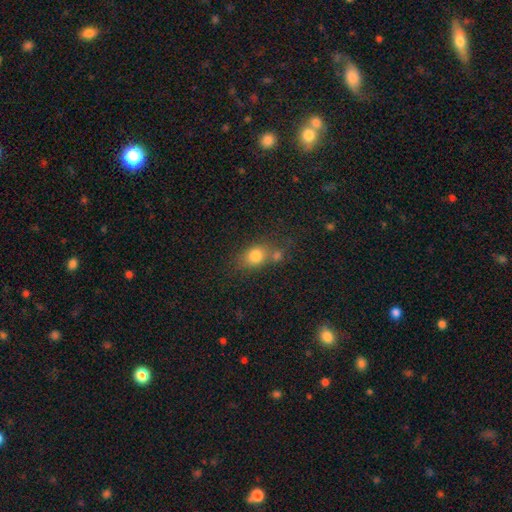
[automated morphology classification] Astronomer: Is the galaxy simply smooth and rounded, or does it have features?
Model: smooth — 79%.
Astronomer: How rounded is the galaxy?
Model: in between — 51% (runner-up: round, 46%).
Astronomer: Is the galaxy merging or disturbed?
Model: none — 46% (runner-up: merger, 34%).